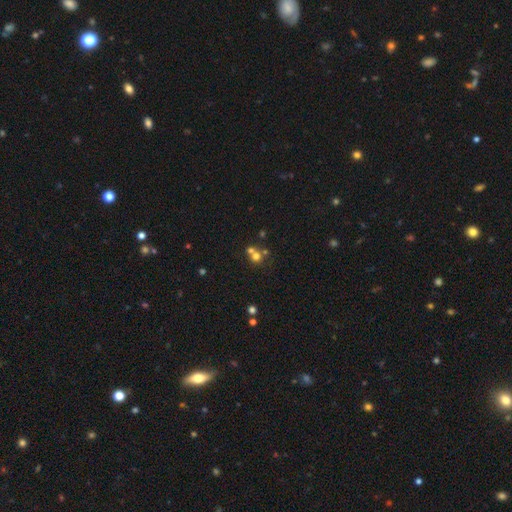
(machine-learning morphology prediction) This appears to be a smooth galaxy with no disk features (63%) that is round (86%). Merging: merger (46%).